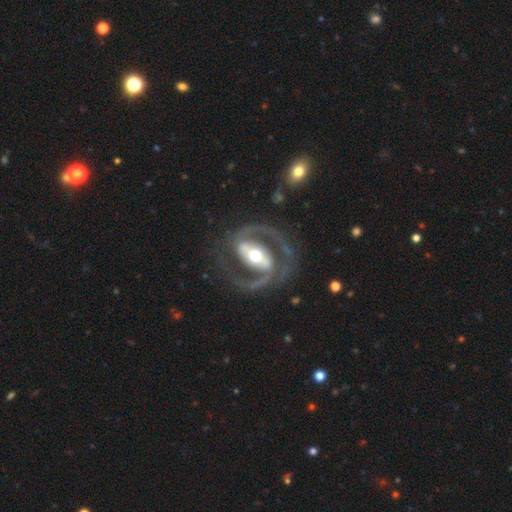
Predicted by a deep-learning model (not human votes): A featured or disk galaxy (91%) with a strong bar (65%), 2 (93%) medium (58%) spiral arms (93%) and a moderate central bulge (70%). Merging: none (79%).